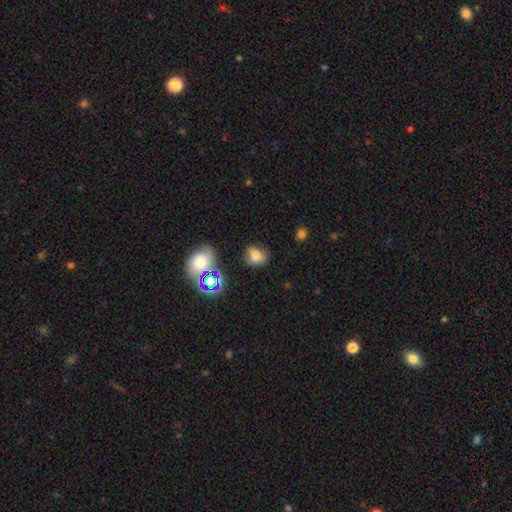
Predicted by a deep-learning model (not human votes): The model was most divided on "how rounded": round: 50%, in between: 48%, cigar-shaped: 1%. More confident: smooth or featured — smooth (75%); merging — none (67%).